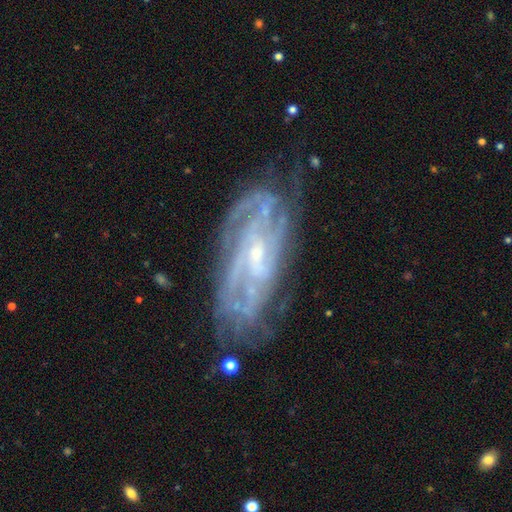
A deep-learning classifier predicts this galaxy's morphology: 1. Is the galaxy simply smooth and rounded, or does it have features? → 86% featured or disk, 7% smooth, 7% star or artifact.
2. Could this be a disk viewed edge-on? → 92% no, 8% yes.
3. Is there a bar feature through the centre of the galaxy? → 44% no, 42% weak, 14% strong.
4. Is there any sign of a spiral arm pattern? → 94% yes, 6% no.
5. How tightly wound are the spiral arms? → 61% tight, 32% medium, 8% loose.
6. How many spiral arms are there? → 37% can't tell, 18% 3, 17% 4, 15% 2, 7% more than 4, 6% 1.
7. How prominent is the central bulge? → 67% small, 25% moderate, 5% none, 1% large, 1% dominant.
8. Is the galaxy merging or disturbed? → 68% none, 21% minor disturbance, 9% major disturbance, 2% merger.